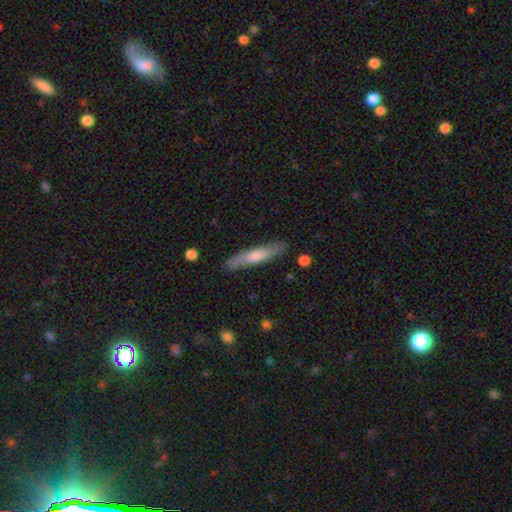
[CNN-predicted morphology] Overall: smooth (56%; featured or disk 38%). How rounded: cigar-shaped (89%). Merging: none (86%).